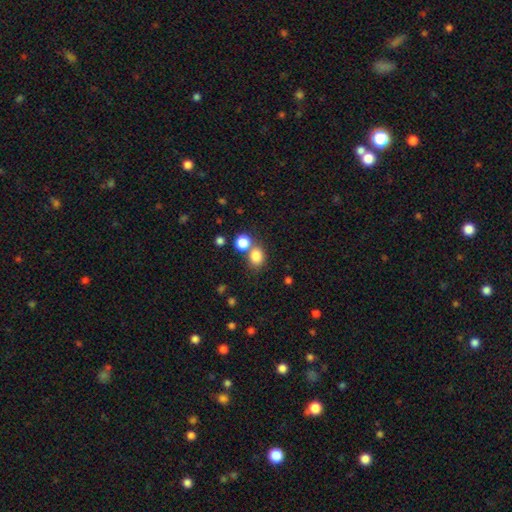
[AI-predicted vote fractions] A smooth galaxy with no disk features (82%) that is round (62%).

Vote fractions:
- Smooth or featured? smooth: 82% / star or artifact: 12% / featured or disk: 6%
- How rounded? round: 62% / in between: 37% / cigar-shaped: 1%
- Merging? none: 57% / merger: 29% / minor disturbance: 9% / major disturbance: 4%